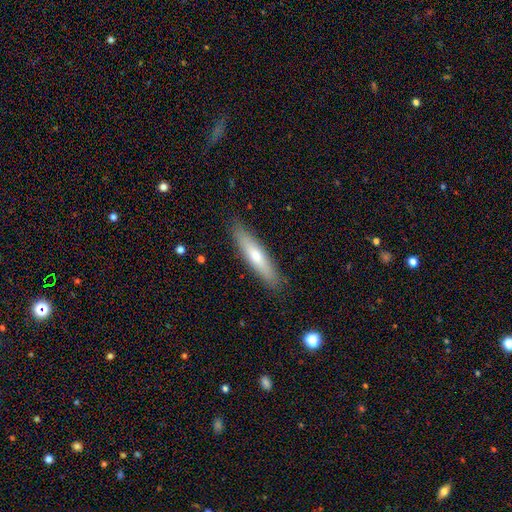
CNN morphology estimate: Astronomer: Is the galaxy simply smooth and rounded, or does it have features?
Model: smooth — 60%.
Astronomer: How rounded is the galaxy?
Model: cigar-shaped — 83%.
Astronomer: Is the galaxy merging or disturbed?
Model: none — 87%.